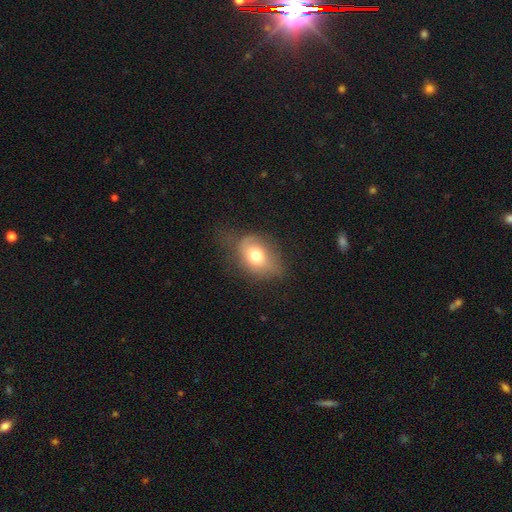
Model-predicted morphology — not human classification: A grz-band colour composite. It shows a smooth galaxy with no disk features (69%) that is in between round and cigar-shaped (67%). Merging: none (49%).